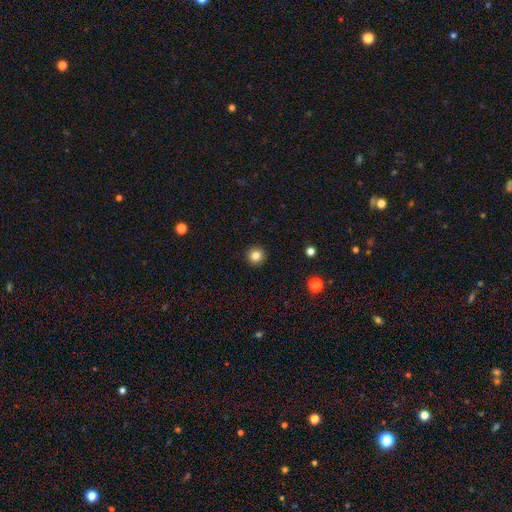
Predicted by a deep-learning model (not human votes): Smooth or featured? Predicted: smooth (p=0.83). How rounded? Predicted: round (p=0.95). Merging? Predicted: none (p=0.93).